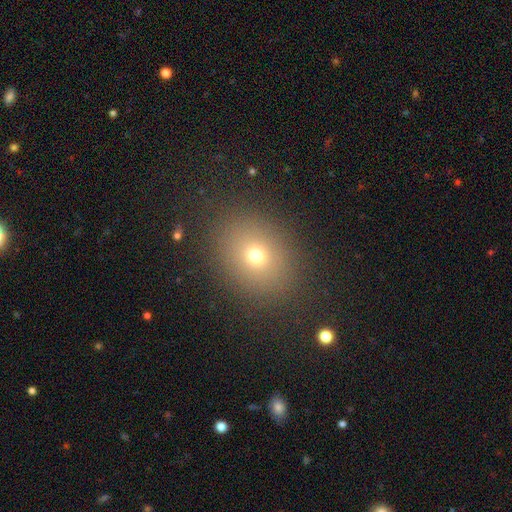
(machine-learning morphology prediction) Smooth or featured?
  - smooth: 69% *
  - star or artifact: 18%
  - featured or disk: 12%
How rounded?
  - round: 52% *
  - in between: 47%
  - cigar-shaped: 1%
Merging?
  - none: 85% *
  - minor disturbance: 9%
  - major disturbance: 5%
  - merger: 2%